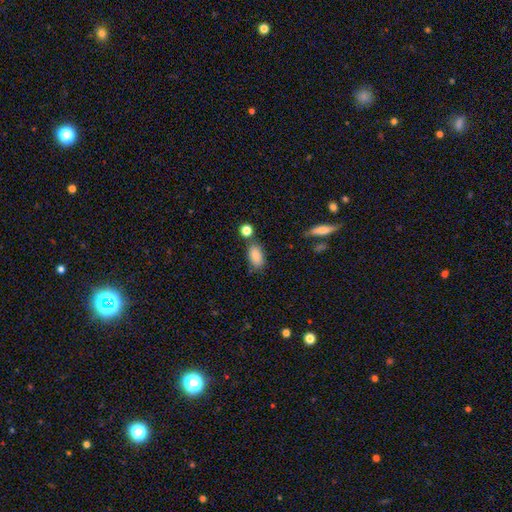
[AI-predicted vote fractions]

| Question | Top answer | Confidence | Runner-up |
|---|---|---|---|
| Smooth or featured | smooth | 86% | star or artifact (8%) |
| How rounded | in between | 90% | round (5%) |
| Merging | none | 68% | minor disturbance (16%) |